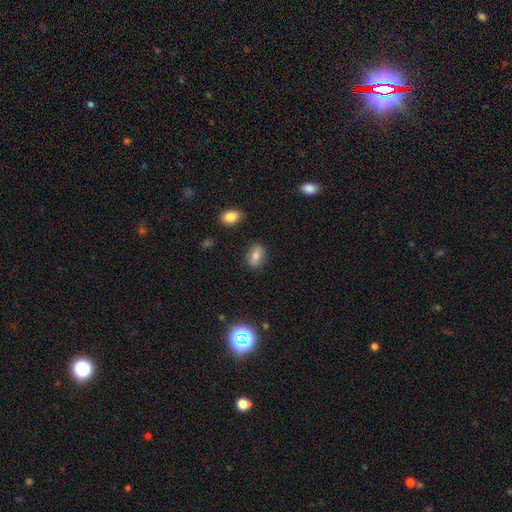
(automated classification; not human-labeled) Q: Smooth or featured?
A: smooth (74%); runner-up: featured or disk (16%)
Q: How rounded?
A: in between (80%); runner-up: round (17%)
Q: Merging?
A: none (85%); runner-up: minor disturbance (11%)